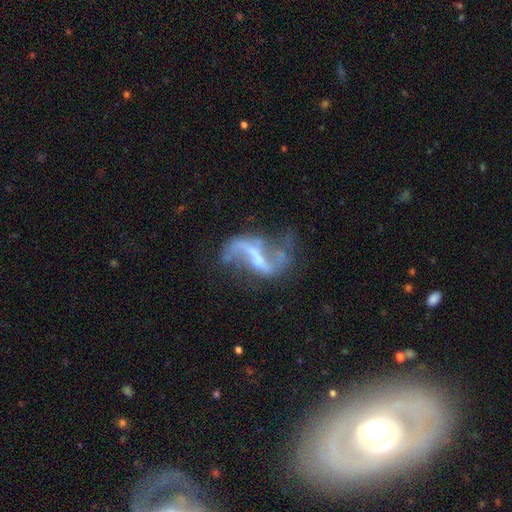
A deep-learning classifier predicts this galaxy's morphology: A featured or disk galaxy (85%) with a strong bar (48%), 2 (87%) loose (85%) spiral arms (88%) and a small central bulge (40%). Merging: none (48%).